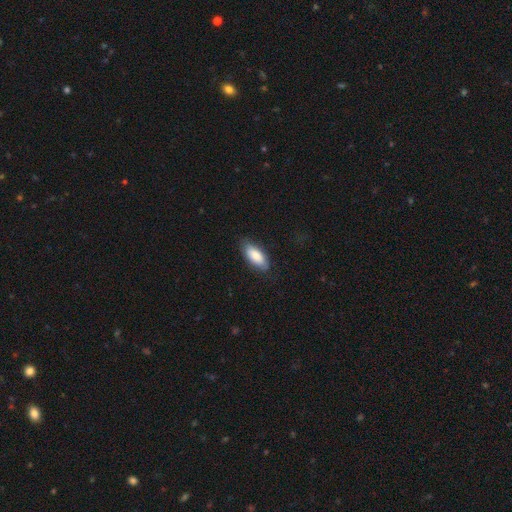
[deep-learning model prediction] This is clearly a smooth galaxy (83%). How rounded: clearly in between (85%). Merging: likely none (79%).